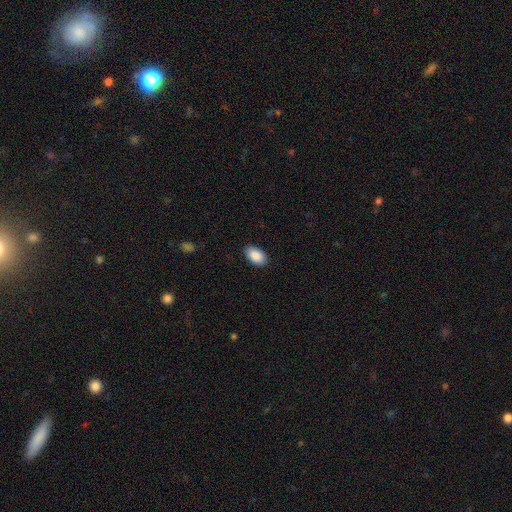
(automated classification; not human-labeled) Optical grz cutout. It shows a smooth galaxy with no disk features (90%) that is in between round and cigar-shaped (92%). Merging: none (88%).